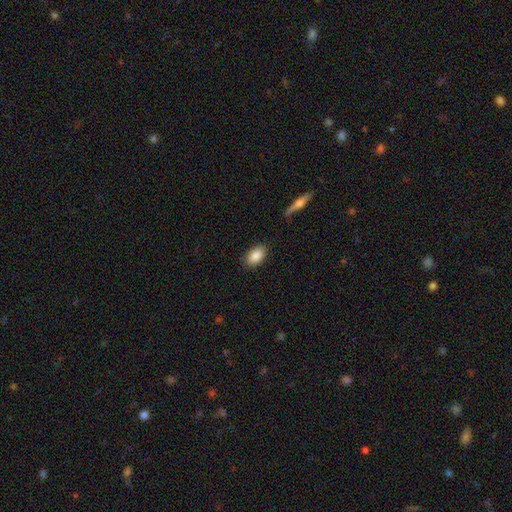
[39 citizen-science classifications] This is clearly a smooth galaxy (92%). How rounded: clearly in between (83%). Merging: clearly none (84%).